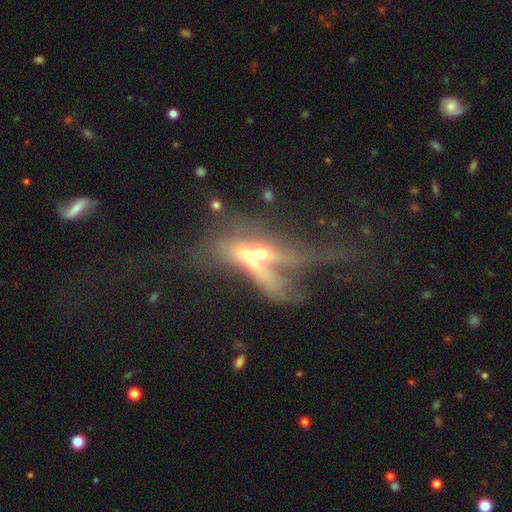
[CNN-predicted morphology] A featured or disk galaxy (56%).

Vote fractions:
- Smooth or featured? featured or disk: 56% / smooth: 30% / star or artifact: 13%
- Edge-on disk? no: 66% / yes: 34%
- Merging? major disturbance: 41% / merger: 37% / none: 13% / minor disturbance: 9%